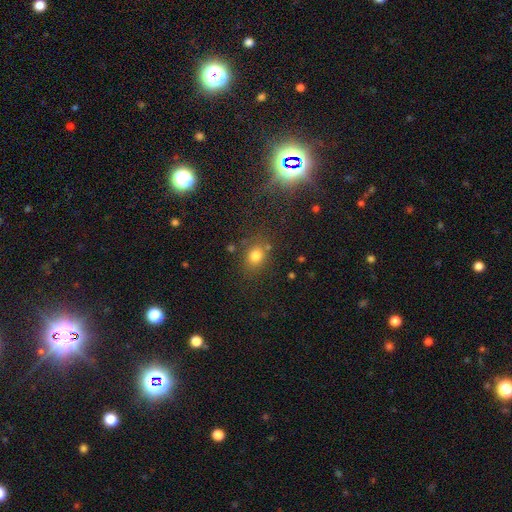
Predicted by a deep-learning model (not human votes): smooth 76%, star or artifact 16%, featured or disk 8%. Down the decision tree: how rounded — round (56%); merging — none (74%).